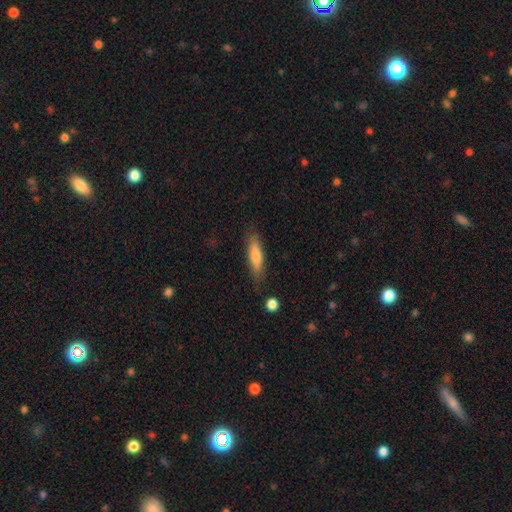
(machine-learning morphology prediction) This appears to be a smooth galaxy with no disk features (71%) that is cigar-shaped (71%). Merging: none (81%).